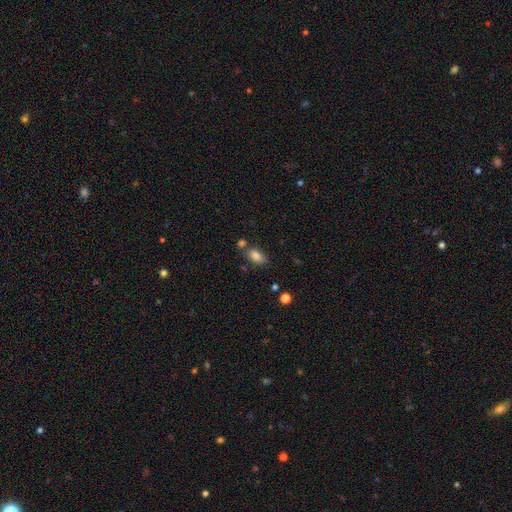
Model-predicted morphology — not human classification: A smooth galaxy with no disk features (82%) that is in between round and cigar-shaped (89%).

Vote fractions:
- Smooth or featured? smooth: 82% / star or artifact: 9% / featured or disk: 9%
- How rounded? in between: 89% / round: 7% / cigar-shaped: 4%
- Merging? none: 60% / minor disturbance: 18% / merger: 16% / major disturbance: 5%